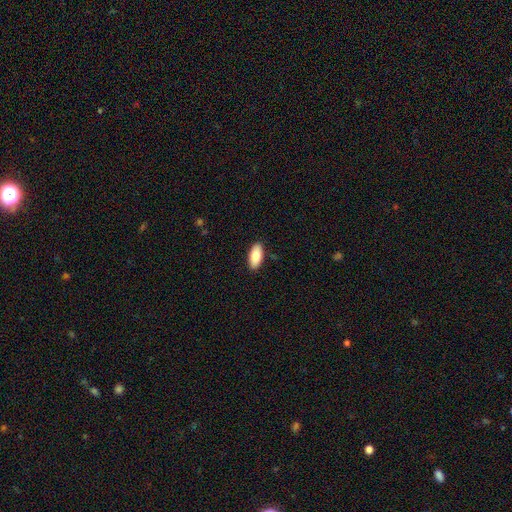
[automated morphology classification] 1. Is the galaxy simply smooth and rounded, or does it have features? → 84% smooth, 10% featured or disk, 6% star or artifact.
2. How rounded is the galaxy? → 90% in between, 8% cigar-shaped, 2% round.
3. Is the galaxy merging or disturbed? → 89% none, 8% minor disturbance, 2% major disturbance, 1% merger.